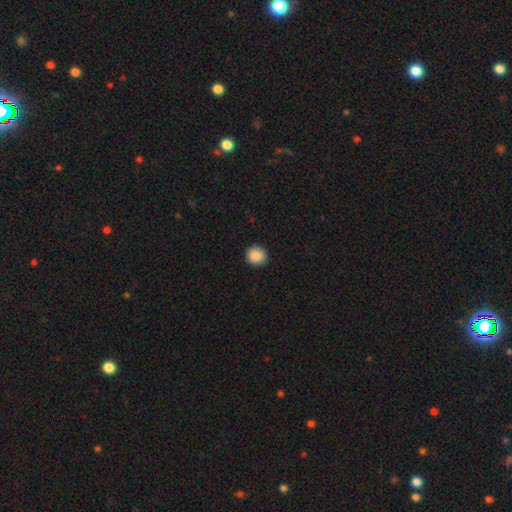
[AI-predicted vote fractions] A smooth galaxy with no disk features (88%) that is round (90%).

Vote fractions:
- Smooth or featured? smooth: 88% / star or artifact: 8% / featured or disk: 3%
- How rounded? round: 90% / in between: 9% / cigar-shaped: 1%
- Merging? none: 91% / minor disturbance: 7% / major disturbance: 2% / merger: 1%